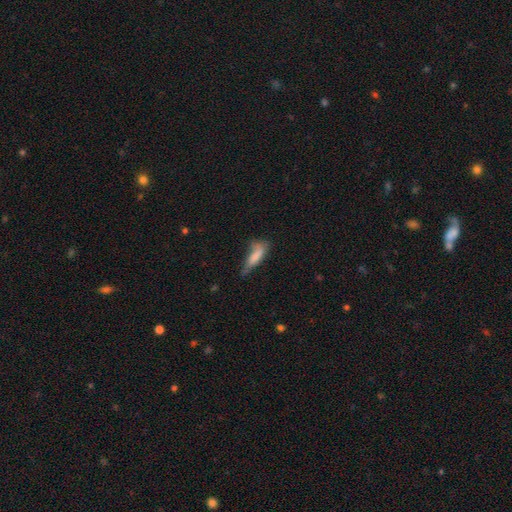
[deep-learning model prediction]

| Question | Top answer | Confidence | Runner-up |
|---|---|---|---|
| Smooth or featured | smooth | 76% | featured or disk (16%) |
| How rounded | cigar-shaped | 57% | in between (41%) |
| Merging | minor disturbance | 40% | none (36%) |